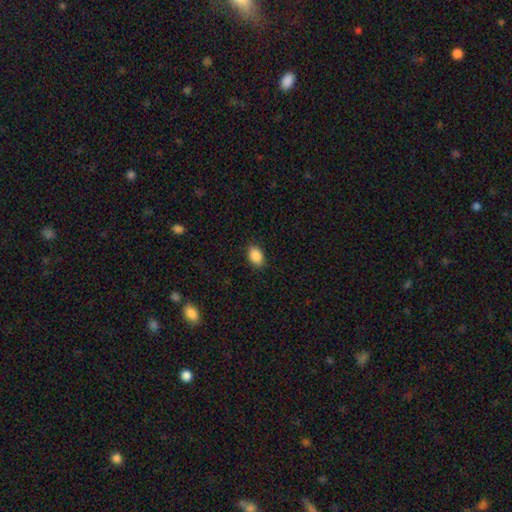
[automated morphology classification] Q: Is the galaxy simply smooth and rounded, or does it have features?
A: smooth — 89%.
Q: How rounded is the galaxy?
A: in between — 82%.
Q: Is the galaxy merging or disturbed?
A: none — 87%.